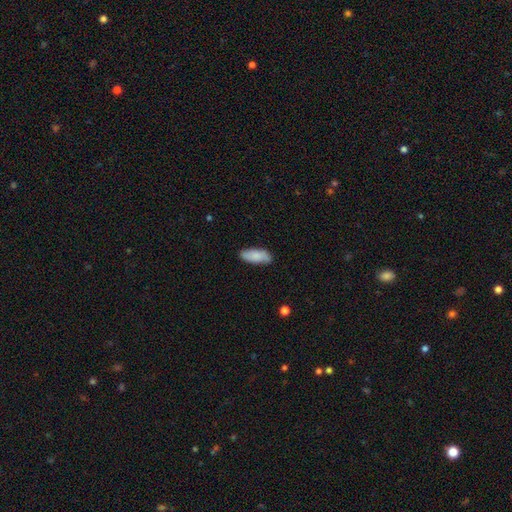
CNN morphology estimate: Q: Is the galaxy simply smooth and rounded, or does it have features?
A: smooth — 79%.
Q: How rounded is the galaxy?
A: in between — 81%.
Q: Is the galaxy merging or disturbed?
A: none — 80%.